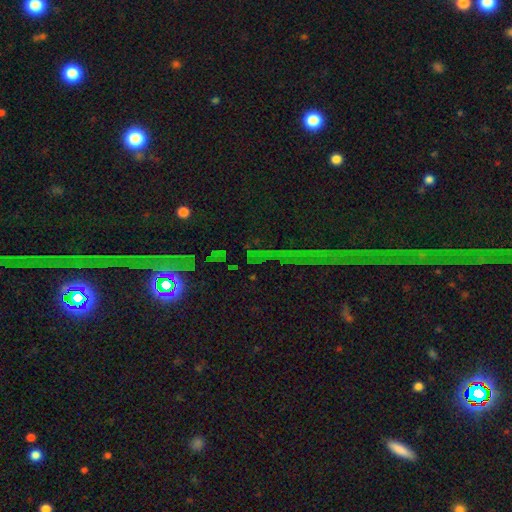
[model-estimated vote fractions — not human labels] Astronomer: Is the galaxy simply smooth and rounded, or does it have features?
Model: star or artifact — 75%.